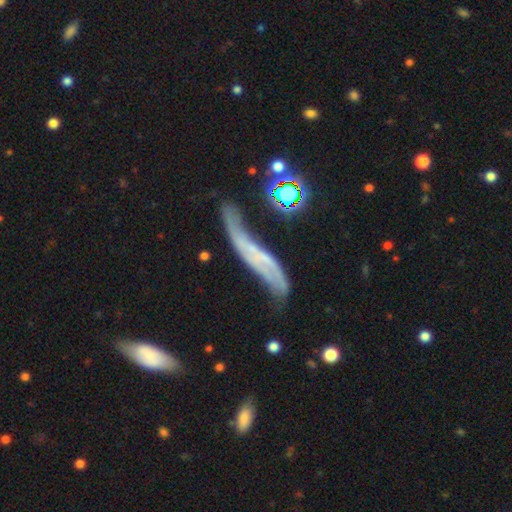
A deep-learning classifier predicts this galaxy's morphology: Q: Smooth or featured?
A: featured or disk (63%); runner-up: smooth (25%)
Q: Edge-on disk?
A: no (59%); runner-up: yes (41%)
Q: Merging?
A: none (47%); runner-up: minor disturbance (27%)